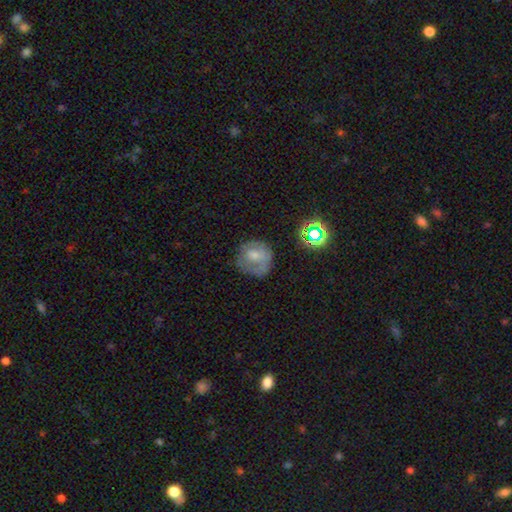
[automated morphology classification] smooth_or_featured: smooth (p=0.57) [alt: featured or disk p=0.30]
how_rounded: round (p=0.85) [alt: in between p=0.14]
merging: none (p=0.61) [alt: minor disturbance p=0.23]